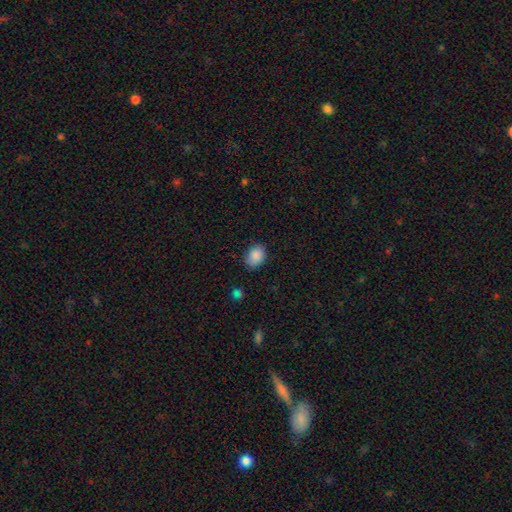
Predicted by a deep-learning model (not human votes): Smooth or featured?
  - smooth: 88% *
  - star or artifact: 8%
  - featured or disk: 4%
How rounded?
  - in between: 75% *
  - round: 24%
  - cigar-shaped: 1%
Merging?
  - none: 83% *
  - minor disturbance: 13%
  - major disturbance: 3%
  - merger: 1%